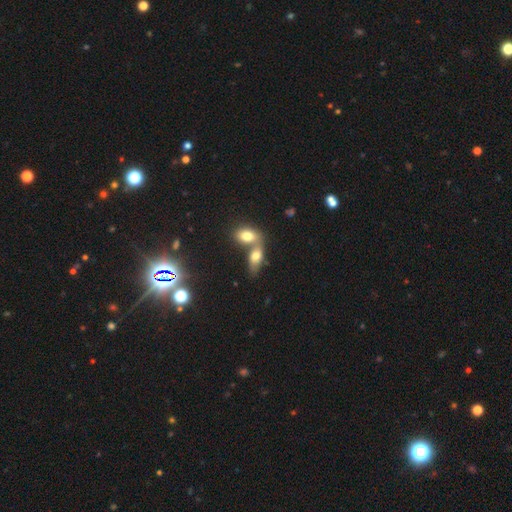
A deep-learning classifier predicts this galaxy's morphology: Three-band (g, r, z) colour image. It shows a smooth galaxy with no disk features (70%) that is in between round and cigar-shaped (83%). Merging: merger (62%).